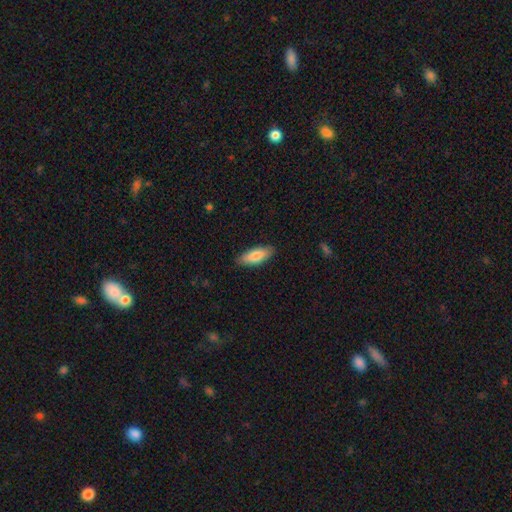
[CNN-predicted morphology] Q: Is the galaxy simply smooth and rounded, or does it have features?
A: smooth — 84%.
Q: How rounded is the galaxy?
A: in between — 71%.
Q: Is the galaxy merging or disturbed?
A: none — 86%.